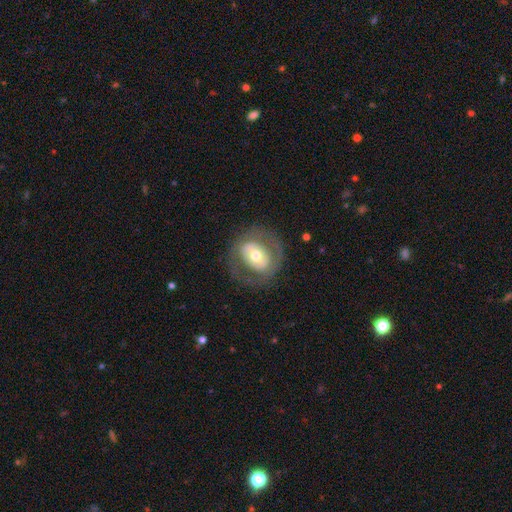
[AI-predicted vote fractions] Morphology: type=featured or disk (55%); edge-on=no (95%); bar=no (63%); spiral arms=no (74%); bulge=moderate (68%); merging=none (72%).